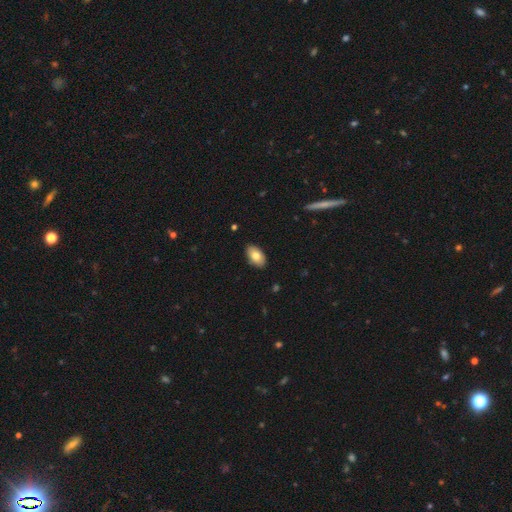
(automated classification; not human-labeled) smooth_or_featured: smooth (p=0.79) [alt: featured or disk p=0.14]
how_rounded: in between (p=0.94) [alt: round p=0.04]
merging: none (p=0.88) [alt: minor disturbance p=0.10]